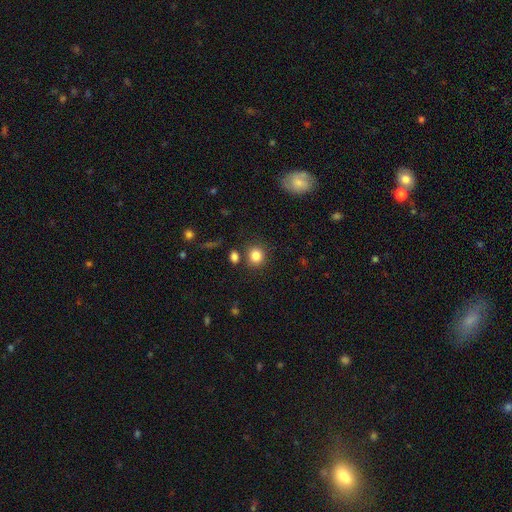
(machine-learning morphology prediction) smooth 84%, star or artifact 11%, featured or disk 6%. Down the decision tree: how rounded — round (84%); merging — none (79%).